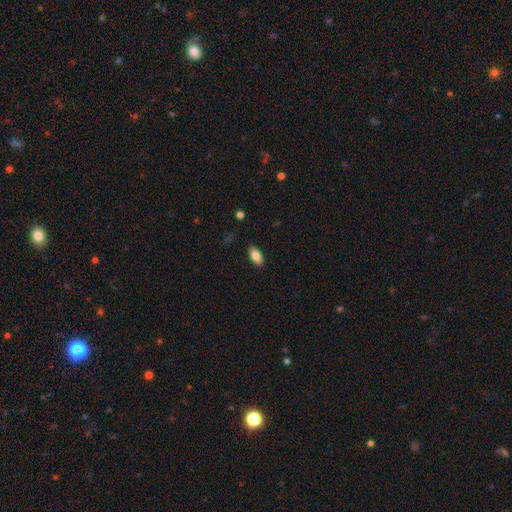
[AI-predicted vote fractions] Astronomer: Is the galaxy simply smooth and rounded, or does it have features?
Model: smooth — 81%.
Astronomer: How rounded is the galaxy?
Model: in between — 90%.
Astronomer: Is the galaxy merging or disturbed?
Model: none — 88%.